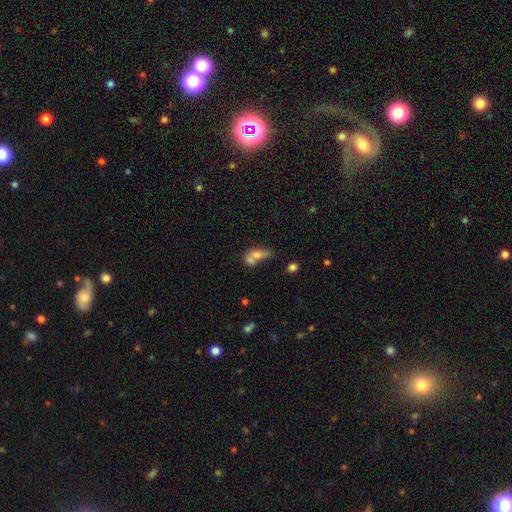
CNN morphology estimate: This is likely a smooth galaxy (65%). How rounded: likely in between (72%). Merging: possibly merger (57%).